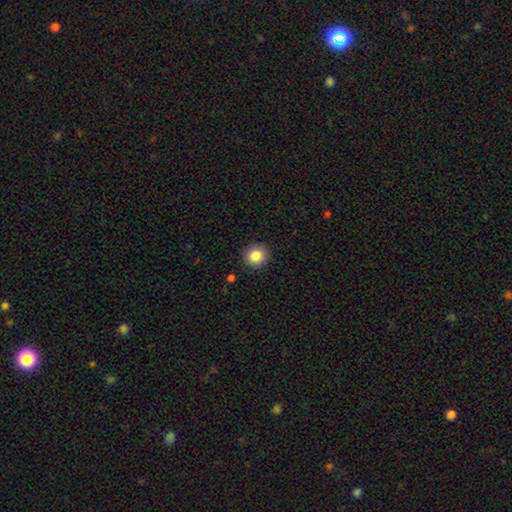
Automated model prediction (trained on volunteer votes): smooth_or_featured: smooth (p=0.85) [alt: star or artifact p=0.10]
how_rounded: round (p=0.88) [alt: in between p=0.11]
merging: none (p=0.91) [alt: minor disturbance p=0.06]